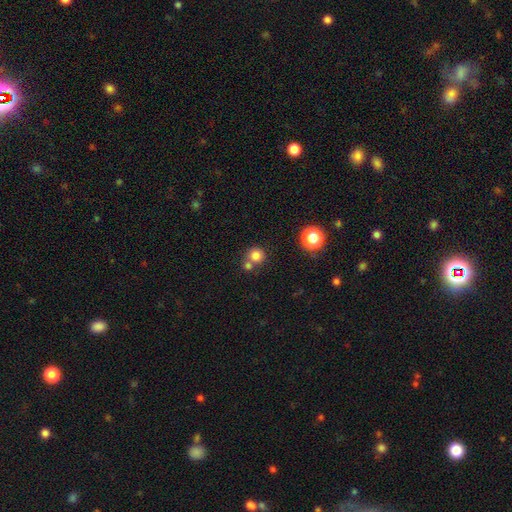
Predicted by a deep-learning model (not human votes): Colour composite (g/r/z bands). It shows a smooth galaxy with no disk features (79%) that is round (91%). Merging: none (58%).